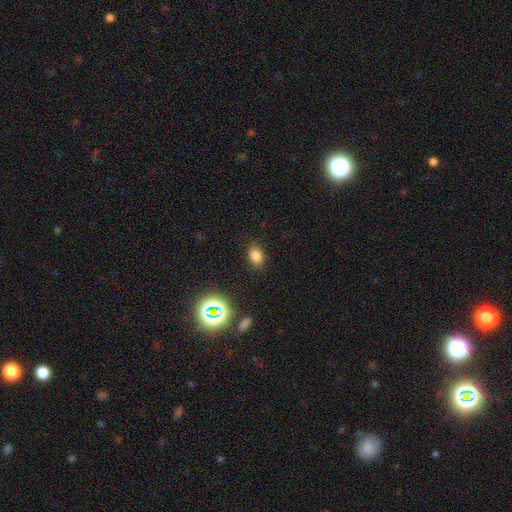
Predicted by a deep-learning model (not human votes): Smooth or featured? Predicted: smooth (p=0.78). How rounded? Predicted: in between (p=0.69). Merging? Predicted: none (p=0.84).